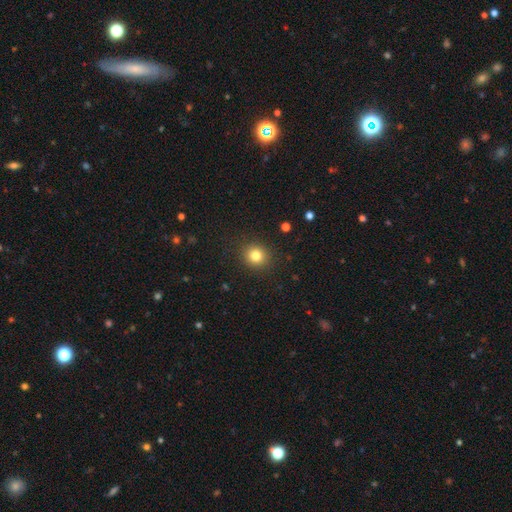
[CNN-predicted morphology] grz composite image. It shows a smooth galaxy with no disk features (81%) that is round (88%). Merging: none (90%).